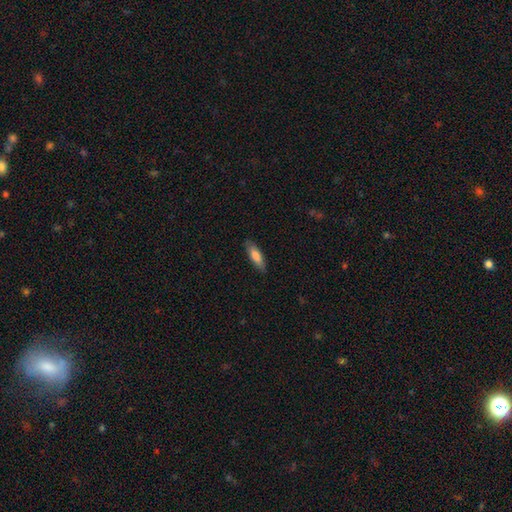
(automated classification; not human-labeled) A smooth galaxy with no disk features (79%) that is cigar-shaped (52%). Merging: none (86%).